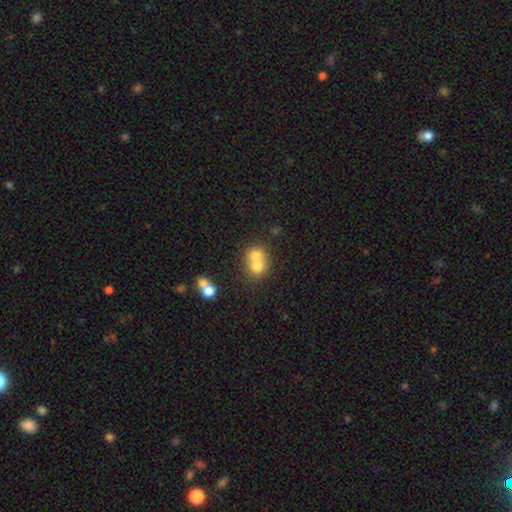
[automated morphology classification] smooth-or-featured: smooth: 69% | featured or disk: 20% | star or artifact: 11%
  how-rounded: round: 76% | in between: 24% | cigar-shaped: 1%
  merging: merger: 65% | none: 27% | minor disturbance: 5% | major disturbance: 2%